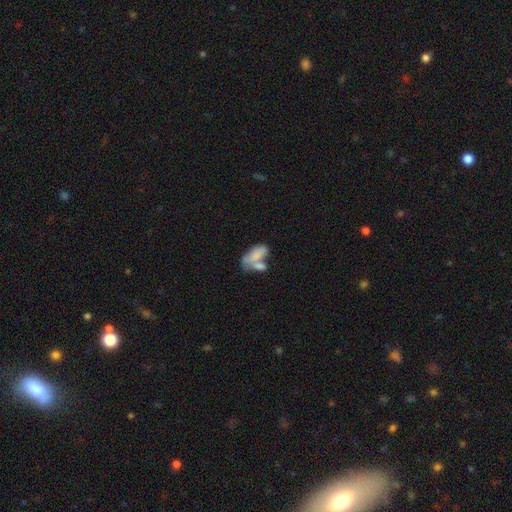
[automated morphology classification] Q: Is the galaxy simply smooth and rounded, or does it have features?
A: smooth — 69%.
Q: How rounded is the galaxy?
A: in between — 90%.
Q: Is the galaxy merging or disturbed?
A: merger — 58%.